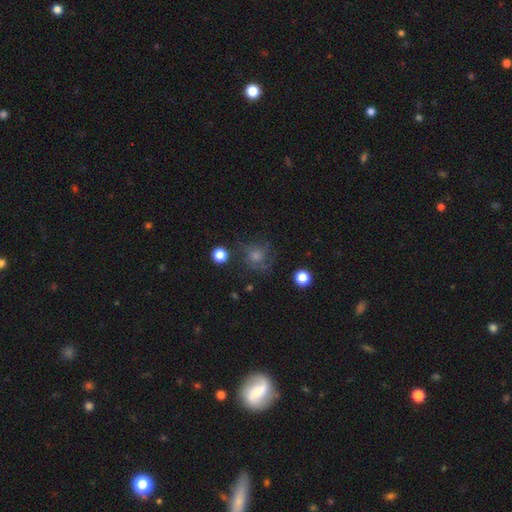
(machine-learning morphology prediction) smooth 38%, featured or disk 36%, star or artifact 26%. Down the decision tree: merging — none (65%).